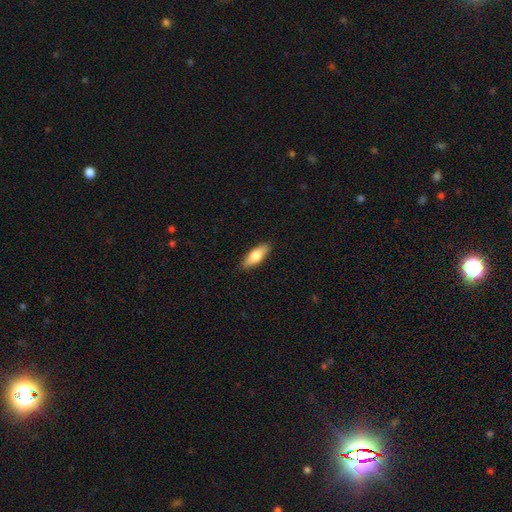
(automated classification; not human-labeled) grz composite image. It shows a smooth galaxy with no disk features (70%) that is in between round and cigar-shaped (65%). Merging: none (89%).